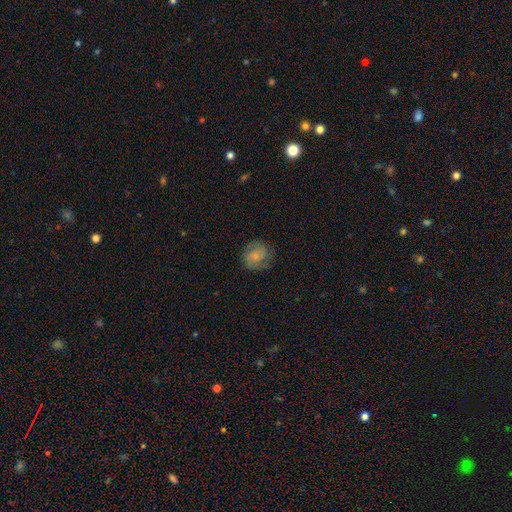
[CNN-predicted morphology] Q: Smooth or featured?
A: smooth (56%); runner-up: featured or disk (36%)
Q: How rounded?
A: round (81%); runner-up: in between (18%)
Q: Merging?
A: none (76%); runner-up: minor disturbance (16%)